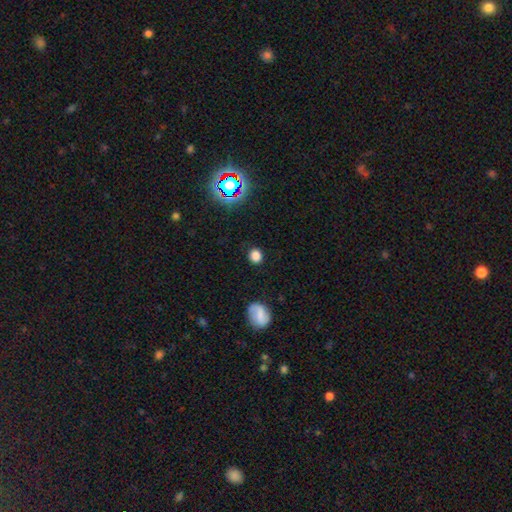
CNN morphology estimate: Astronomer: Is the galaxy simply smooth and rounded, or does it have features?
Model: smooth — 79%.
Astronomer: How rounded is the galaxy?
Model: round — 76%.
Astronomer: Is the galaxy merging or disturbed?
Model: none — 85%.